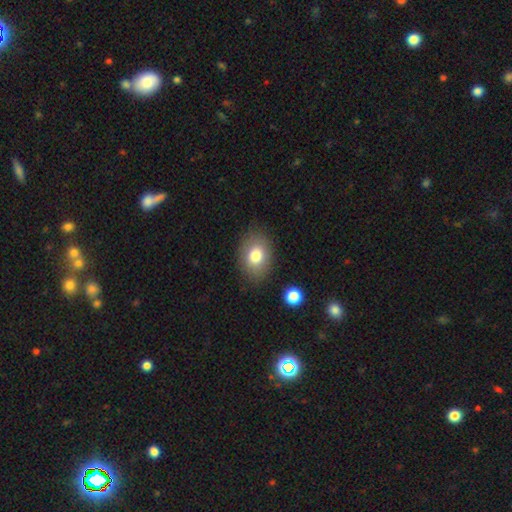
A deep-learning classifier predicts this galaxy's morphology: This is likely a smooth galaxy (79%). How rounded: likely in between (75%). Merging: clearly none (82%).